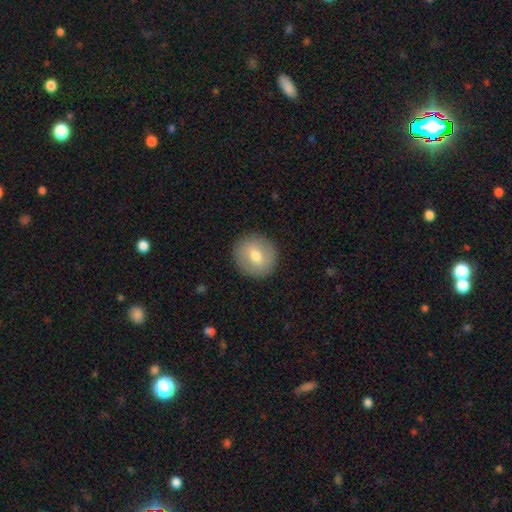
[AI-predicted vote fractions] smooth-or-featured: smooth: 66% | featured or disk: 26% | star or artifact: 8%
  how-rounded: round: 88% | in between: 11% | cigar-shaped: 1%
  merging: none: 90% | minor disturbance: 7% | major disturbance: 2% | merger: 1%